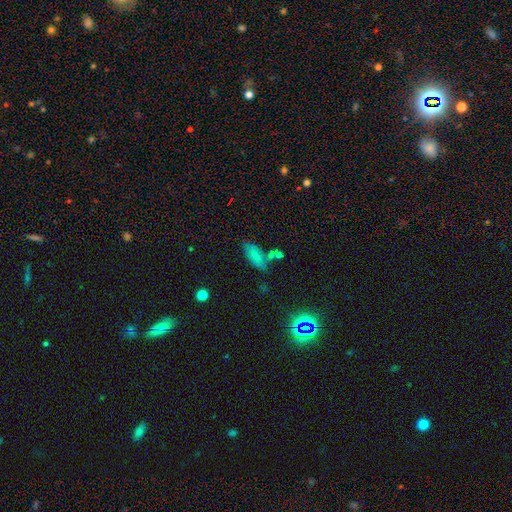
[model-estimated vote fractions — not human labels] A smooth galaxy with no disk features (54%) that is in between round and cigar-shaped (69%). Merging: none (62%).